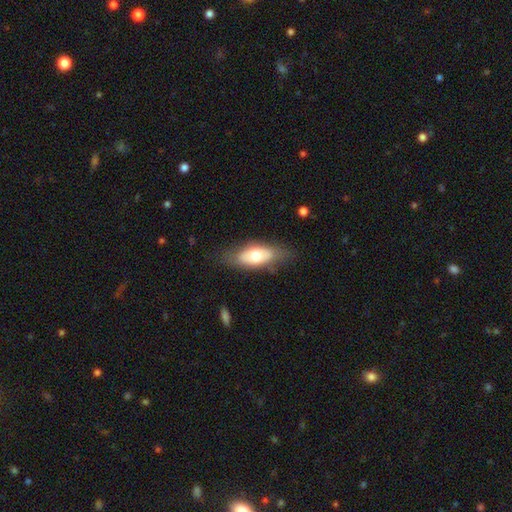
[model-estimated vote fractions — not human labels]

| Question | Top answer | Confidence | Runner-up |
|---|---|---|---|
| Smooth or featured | smooth | 62% | featured or disk (32%) |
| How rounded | in between | 82% | cigar-shaped (15%) |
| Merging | none | 72% | minor disturbance (20%) |